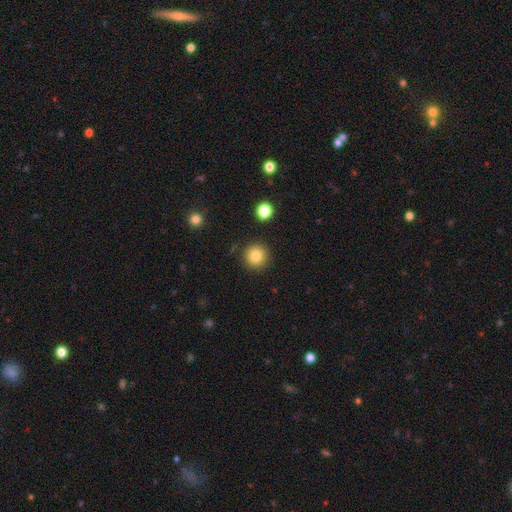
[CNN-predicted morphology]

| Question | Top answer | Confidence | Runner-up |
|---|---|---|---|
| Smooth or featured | smooth | 83% | star or artifact (11%) |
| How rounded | round | 95% | in between (4%) |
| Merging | none | 89% | minor disturbance (6%) |